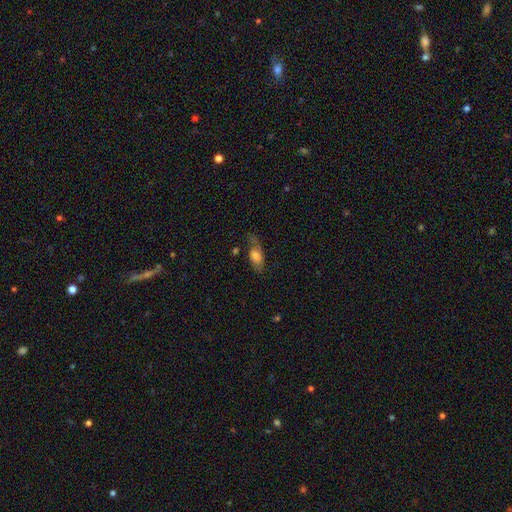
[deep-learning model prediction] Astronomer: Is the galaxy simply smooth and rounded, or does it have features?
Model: smooth — 67%.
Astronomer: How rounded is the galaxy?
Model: in between — 86%.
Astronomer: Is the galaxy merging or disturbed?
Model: none — 46% (runner-up: minor disturbance, 28%).